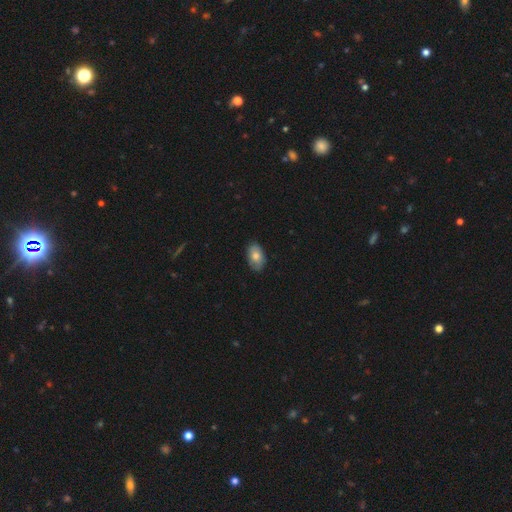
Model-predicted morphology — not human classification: smooth_or_featured: smooth (p=0.75) [alt: featured or disk p=0.18]
how_rounded: in between (p=0.91) [alt: round p=0.08]
merging: none (p=0.83) [alt: minor disturbance p=0.14]